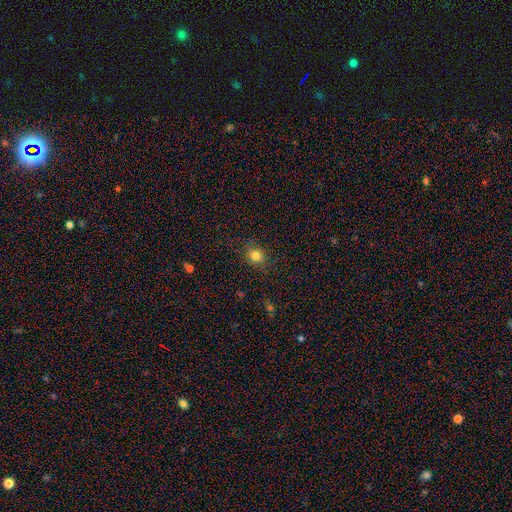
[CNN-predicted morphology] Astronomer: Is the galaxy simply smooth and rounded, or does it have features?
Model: smooth — 80%.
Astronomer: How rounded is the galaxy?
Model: round — 65%.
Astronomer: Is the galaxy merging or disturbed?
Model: none — 82%.